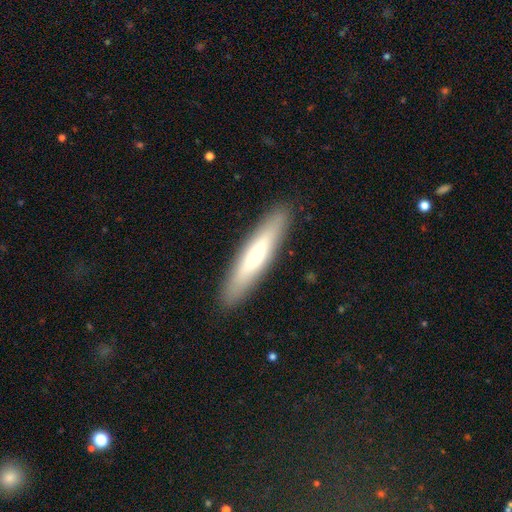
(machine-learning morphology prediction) smooth_or_featured: smooth (p=0.60) [alt: featured or disk p=0.34]
how_rounded: cigar-shaped (p=0.84) [alt: in between p=0.15]
merging: none (p=0.90) [alt: minor disturbance p=0.07]